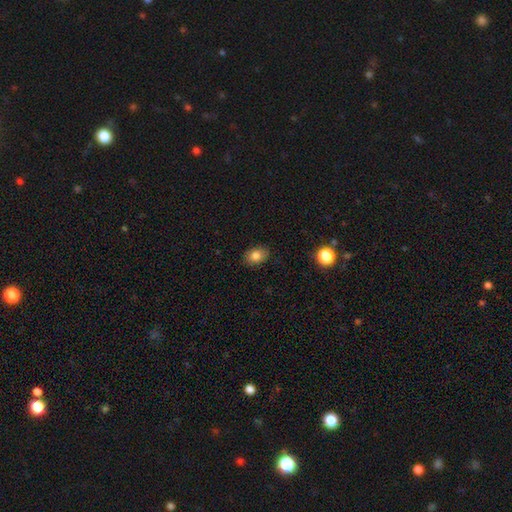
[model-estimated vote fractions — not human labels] smooth 82%, star or artifact 10%, featured or disk 8%. Down the decision tree: how rounded — in between (72%); merging — none (86%).